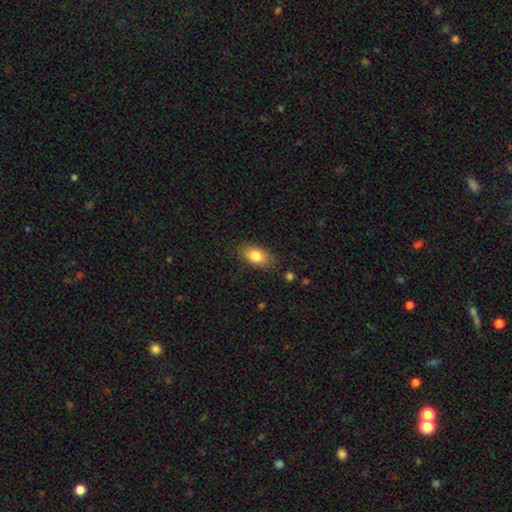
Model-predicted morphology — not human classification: The model was most divided on "merging": none: 80%, minor disturbance: 15%, major disturbance: 3%, merger: 2%. More confident: how rounded — in between (89%); smooth or featured — smooth (82%).